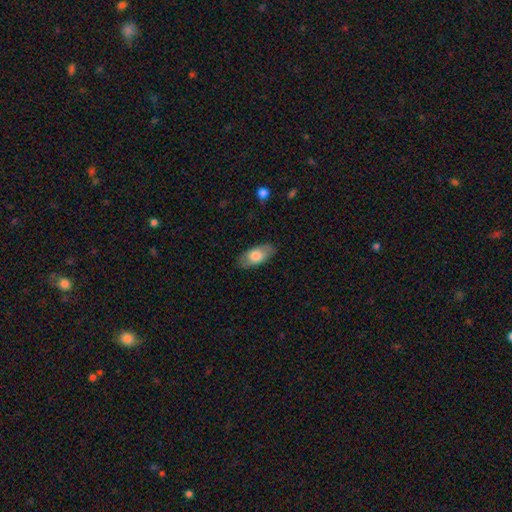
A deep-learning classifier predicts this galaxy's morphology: smooth 72%, featured or disk 22%, star or artifact 6%. Down the decision tree: how rounded — in between (91%); merging — none (83%).